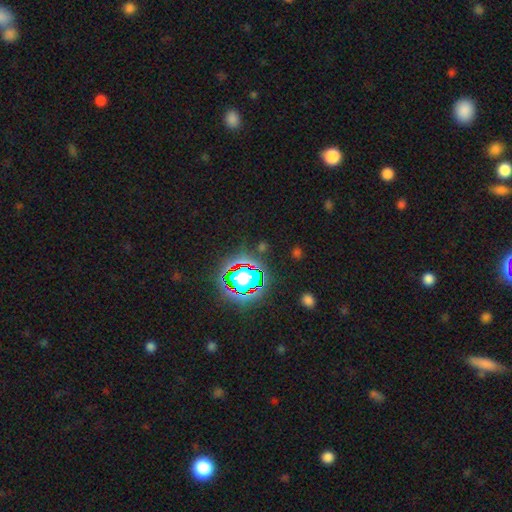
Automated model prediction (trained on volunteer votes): Q: Smooth or featured?
A: star or artifact (77%); runner-up: smooth (15%)